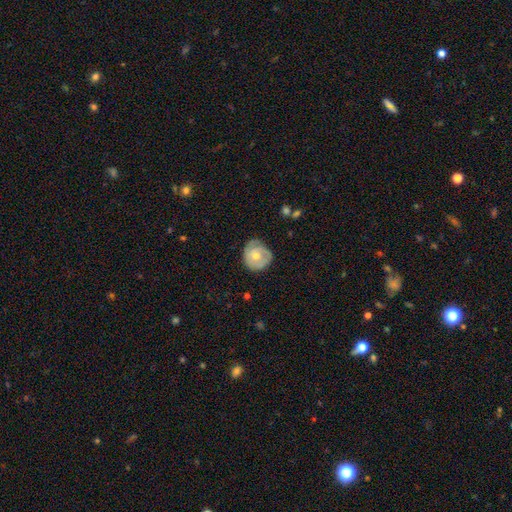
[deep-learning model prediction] A featured or disk galaxy (48%).

Vote fractions:
- Smooth or featured? featured or disk: 48% / smooth: 47% / star or artifact: 6%
- Merging? none: 63% / minor disturbance: 28% / major disturbance: 8% / merger: 1%